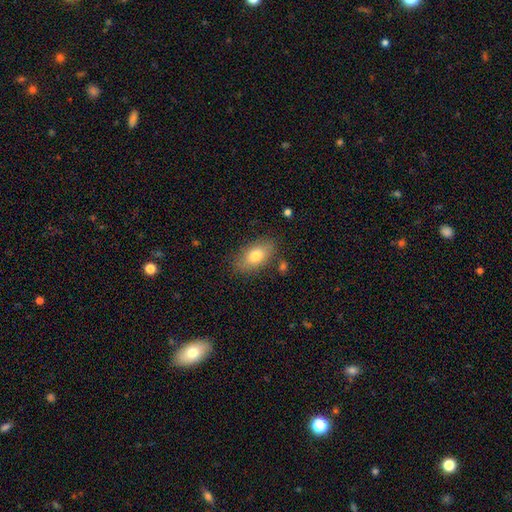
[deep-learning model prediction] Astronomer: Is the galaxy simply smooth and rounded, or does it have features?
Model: smooth — 78%.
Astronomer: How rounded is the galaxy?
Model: in between — 90%.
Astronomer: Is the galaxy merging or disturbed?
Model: none — 81%.